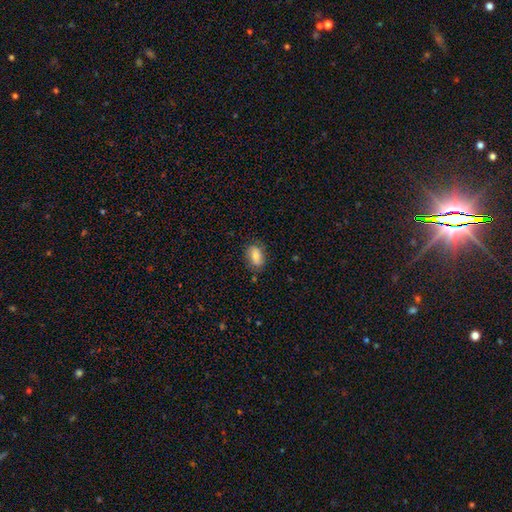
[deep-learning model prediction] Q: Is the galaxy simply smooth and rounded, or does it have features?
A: smooth — 70%.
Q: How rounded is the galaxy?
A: in between — 82%.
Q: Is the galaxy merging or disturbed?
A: none — 77%.